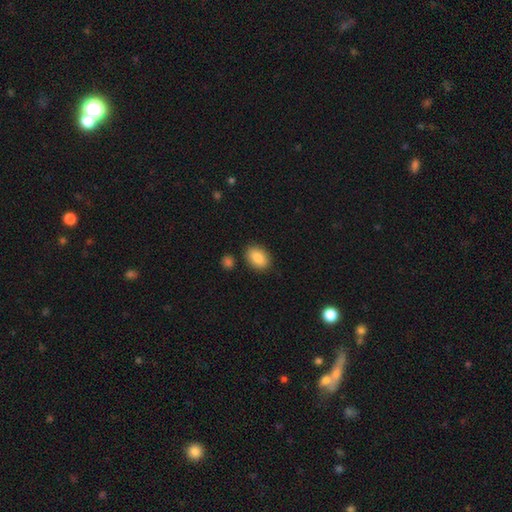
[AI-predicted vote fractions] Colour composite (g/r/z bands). It shows a smooth galaxy with no disk features (86%) that is in between round and cigar-shaped (83%). Merging: none (85%).